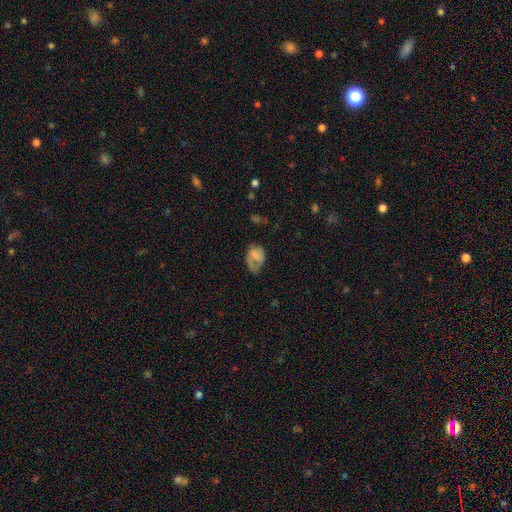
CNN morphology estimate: The model was most divided on "merging": none: 38%, major disturbance: 30%, minor disturbance: 29%, merger: 2%. More confident: how rounded — in between (75%); smooth or featured — smooth (58%).